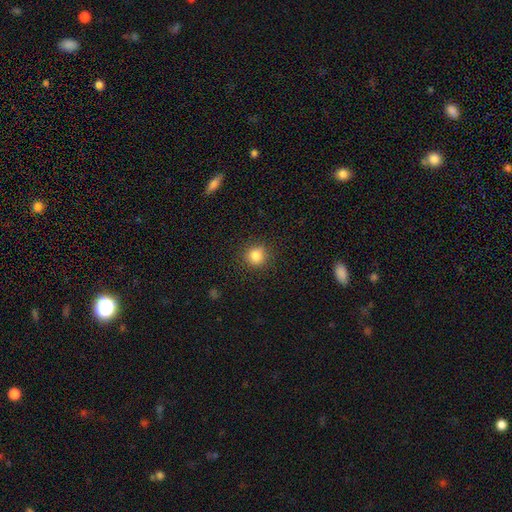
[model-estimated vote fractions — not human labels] Morphology: type=smooth (83%); roundness=round (90%); merging=none (89%).